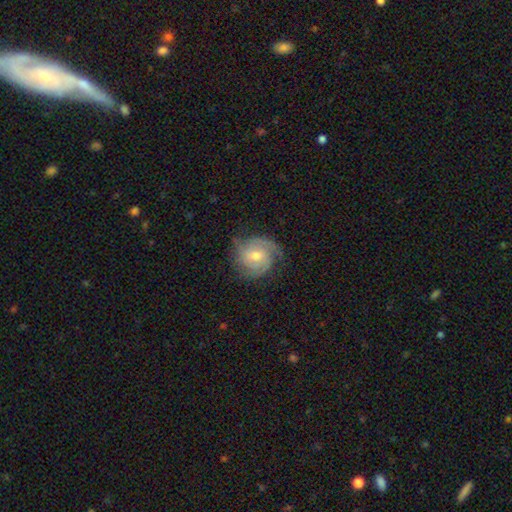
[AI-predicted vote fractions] Smooth or featured: featured or disk — 75% (smooth — 19%)
Edge-on disk: no — 98% (yes — 2%)
Bar: no — 61% (weak — 33%)
Spiral arms: yes — 94% (no — 6%)
Spiral winding: tight — 55% (medium — 35%)
Spiral arm count: 2 — 30% (3 — 29%)
Bulge size: moderate — 59% (small — 37%)
Merging: none — 70% (minor disturbance — 21%)